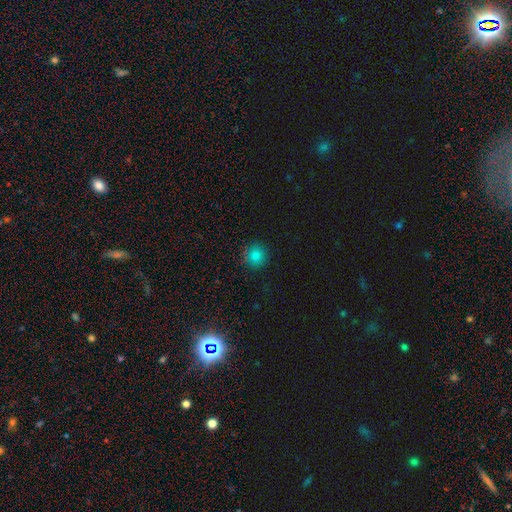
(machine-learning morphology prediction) Q: Smooth or featured?
A: smooth (81%); runner-up: star or artifact (14%)
Q: How rounded?
A: round (92%); runner-up: in between (7%)
Q: Merging?
A: none (86%); runner-up: minor disturbance (10%)